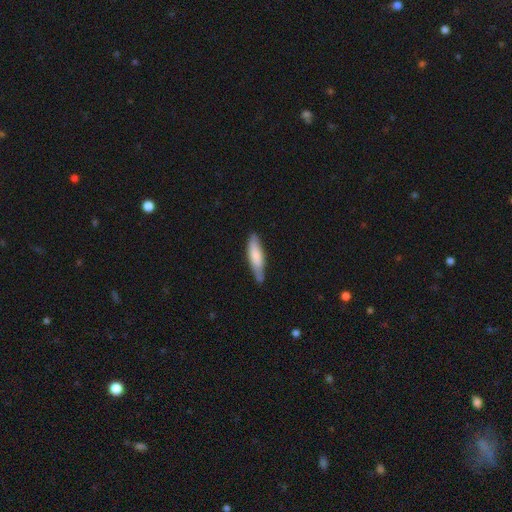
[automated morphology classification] This appears to be a smooth galaxy with no disk features (76%) that is cigar-shaped (68%). Merging: none (68%).